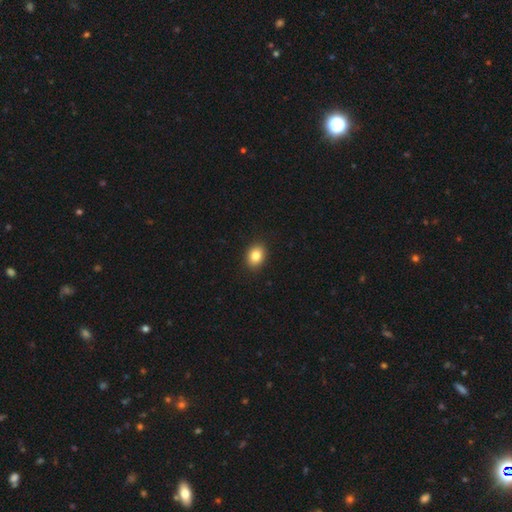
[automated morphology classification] Overall: smooth (84%). How rounded: in between (61%; round 38%). Merging: none (91%).